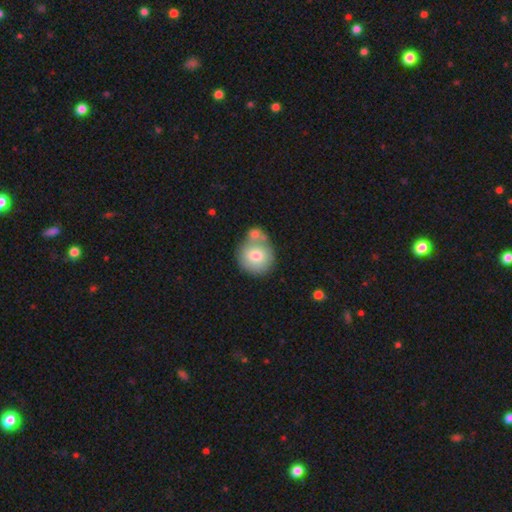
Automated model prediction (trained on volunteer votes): A smooth galaxy with no disk features (72%) that is round (89%).

Vote fractions:
- Smooth or featured? smooth: 72% / featured or disk: 21% / star or artifact: 7%
- How rounded? round: 89% / in between: 10% / cigar-shaped: 1%
- Merging? none: 45% / merger: 38% / minor disturbance: 13% / major disturbance: 4%